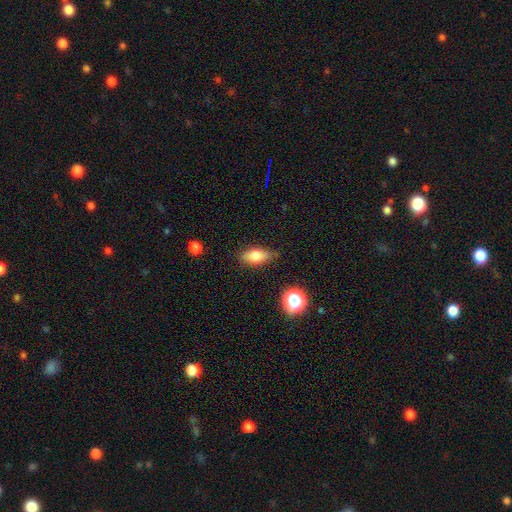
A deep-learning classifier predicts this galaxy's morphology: A smooth galaxy with no disk features (75%) that is in between round and cigar-shaped (81%).

Vote fractions:
- Smooth or featured? smooth: 75% / featured or disk: 16% / star or artifact: 9%
- How rounded? in between: 81% / cigar-shaped: 12% / round: 7%
- Merging? none: 80% / minor disturbance: 15% / major disturbance: 3% / merger: 2%